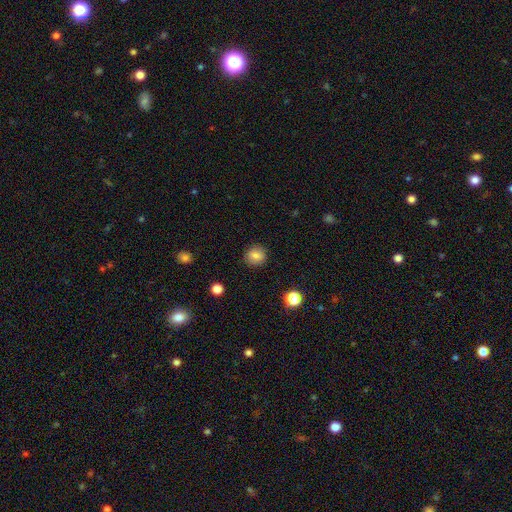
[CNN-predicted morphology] Overall: smooth (82%). How rounded: round (88%). Merging: none (89%).